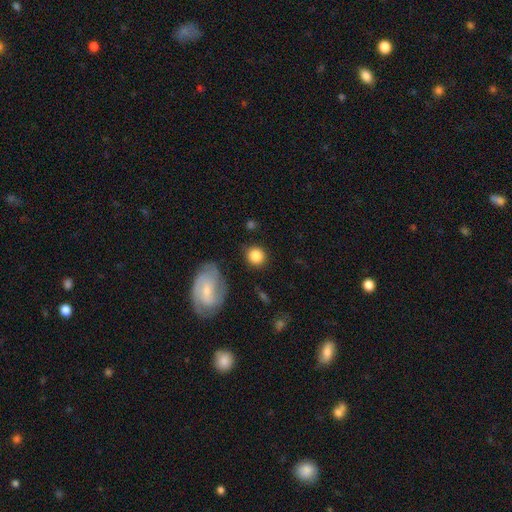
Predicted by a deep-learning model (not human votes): Q: Smooth or featured?
A: smooth (84%); runner-up: featured or disk (9%)
Q: How rounded?
A: round (84%); runner-up: in between (15%)
Q: Merging?
A: none (81%); runner-up: minor disturbance (11%)